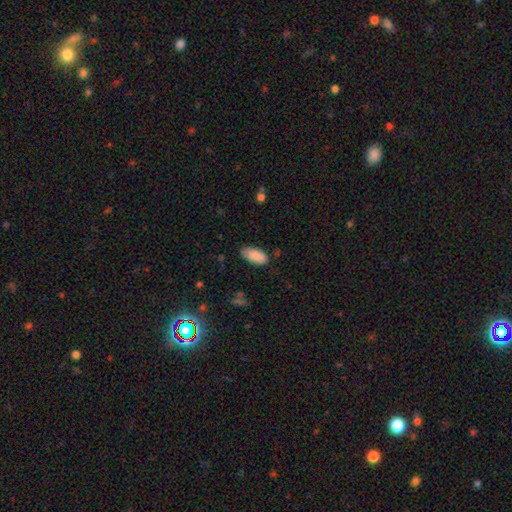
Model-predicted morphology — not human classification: This appears to be a smooth galaxy with no disk features (89%) that is in between round and cigar-shaped (93%). Merging: none (78%).